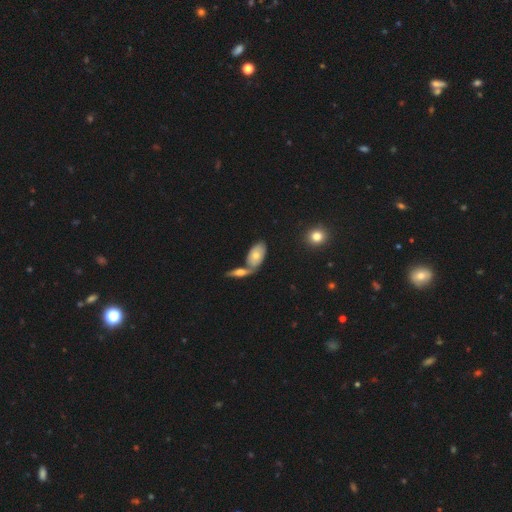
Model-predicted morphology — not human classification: Smooth or featured: smooth — 63% (featured or disk — 30%)
How rounded: in between — 90% (round — 5%)
Merging: none — 47% (merger — 36%)